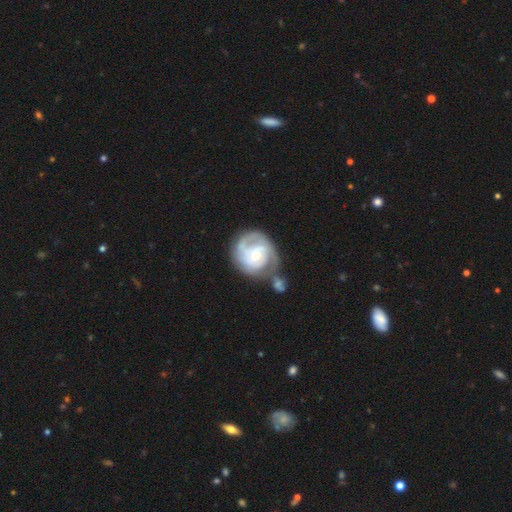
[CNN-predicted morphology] featured or disk 79%, smooth 16%, star or artifact 5%. Down the decision tree: edge-on disk — no (98%); bar — no (67%); spiral arms — yes (89%); spiral arm count — 2 (36%); spiral winding — tight (58%); bulge size — small (52%); merging — none (41%).